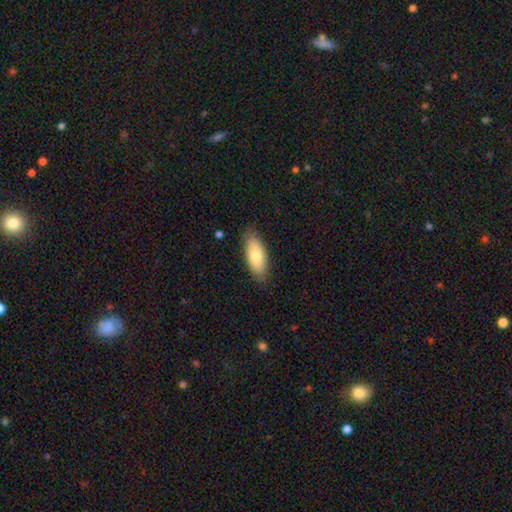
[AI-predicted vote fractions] Overall: smooth (76%). How rounded: in between (80%). Merging: none (83%).